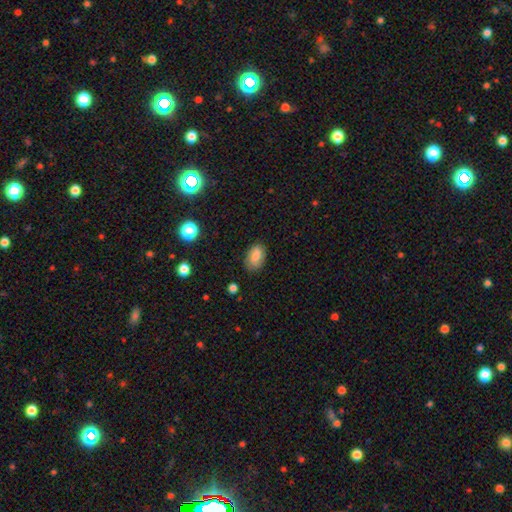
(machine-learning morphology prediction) smooth-or-featured: smooth: 77% | featured or disk: 14% | star or artifact: 8%
  how-rounded: in between: 90% | round: 8% | cigar-shaped: 2%
  merging: none: 81% | minor disturbance: 14% | major disturbance: 3% | merger: 1%